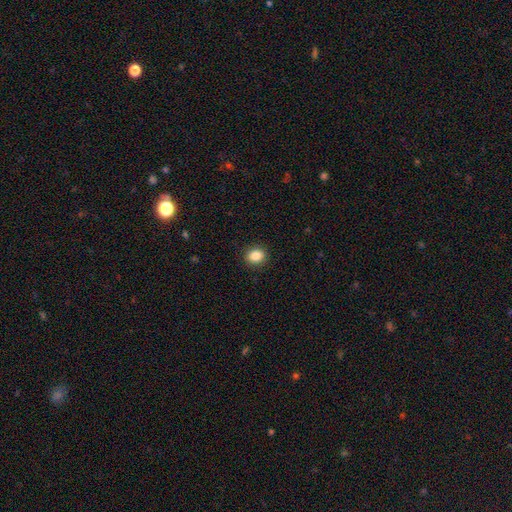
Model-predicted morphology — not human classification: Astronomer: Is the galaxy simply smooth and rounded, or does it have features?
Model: smooth — 86%.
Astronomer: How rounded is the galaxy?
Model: round — 66%.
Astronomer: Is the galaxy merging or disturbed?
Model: none — 91%.